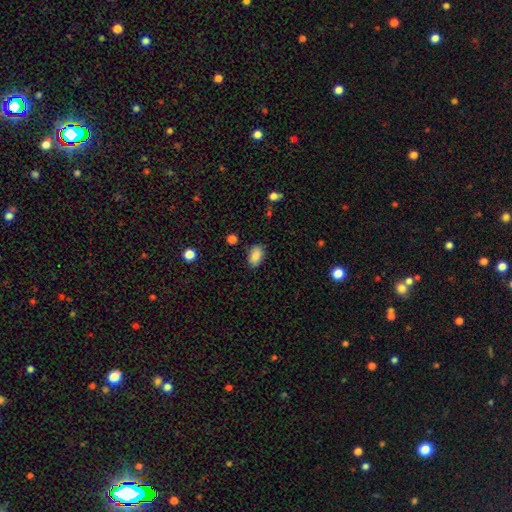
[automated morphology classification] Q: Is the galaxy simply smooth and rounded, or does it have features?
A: smooth — 86%.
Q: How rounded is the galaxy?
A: in between — 90%.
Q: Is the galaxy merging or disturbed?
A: none — 83%.